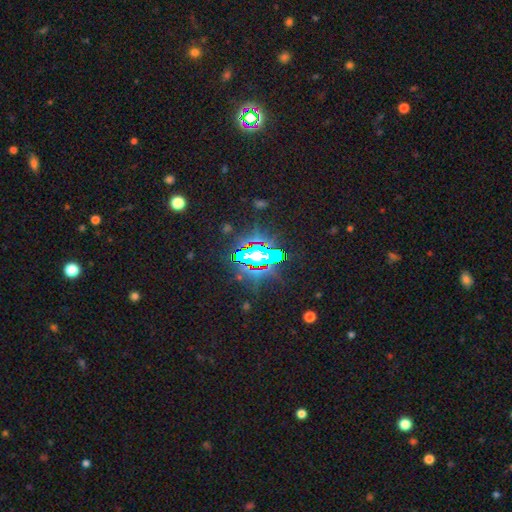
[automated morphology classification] Smooth or featured? Predicted: star or artifact (p=0.73).